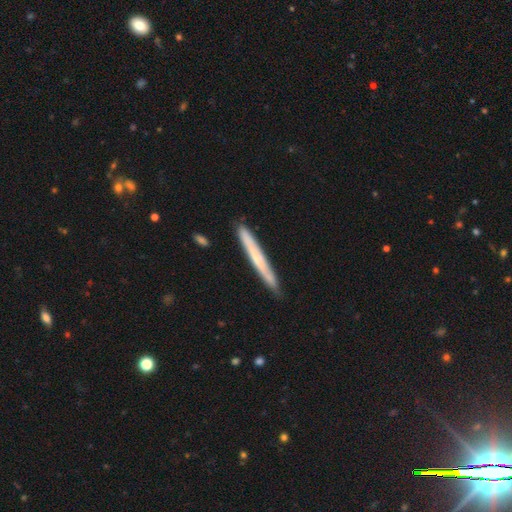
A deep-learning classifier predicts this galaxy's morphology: This is possibly a smooth galaxy (53%). How rounded: clearly cigar-shaped (97%). Merging: clearly none (87%).